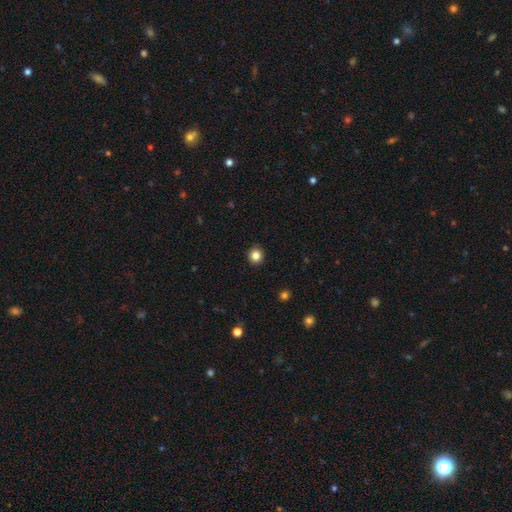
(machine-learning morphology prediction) Smooth or featured? smooth (84%)
How rounded? round (92%)
Merging? none (93%)